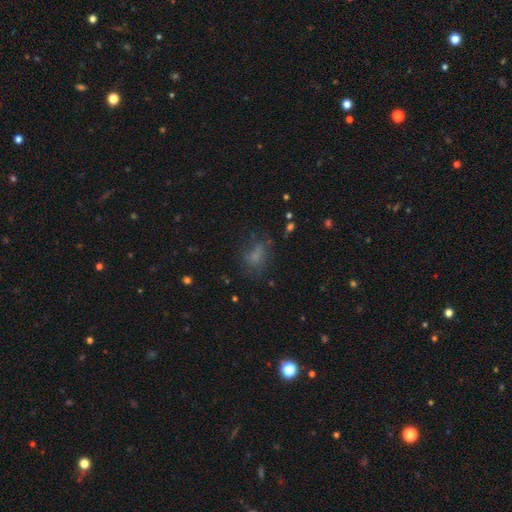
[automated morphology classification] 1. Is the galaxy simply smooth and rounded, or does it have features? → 61% smooth, 21% featured or disk, 19% star or artifact.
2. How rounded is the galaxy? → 71% in between, 25% round, 4% cigar-shaped.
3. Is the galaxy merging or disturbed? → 53% none, 22% minor disturbance, 21% major disturbance, 3% merger.